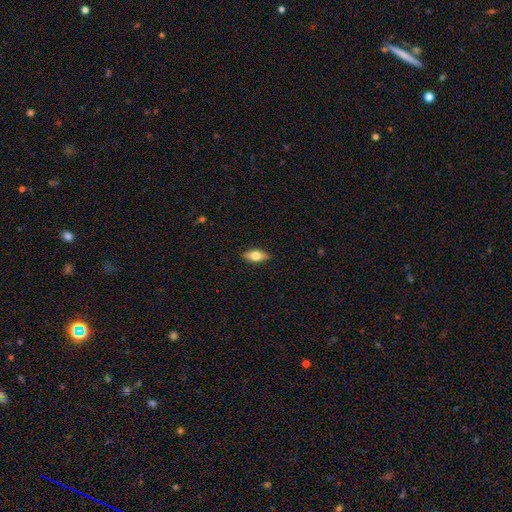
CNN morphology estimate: Smooth or featured? smooth (69%)
How rounded? in between (81%)
Merging? none (88%)